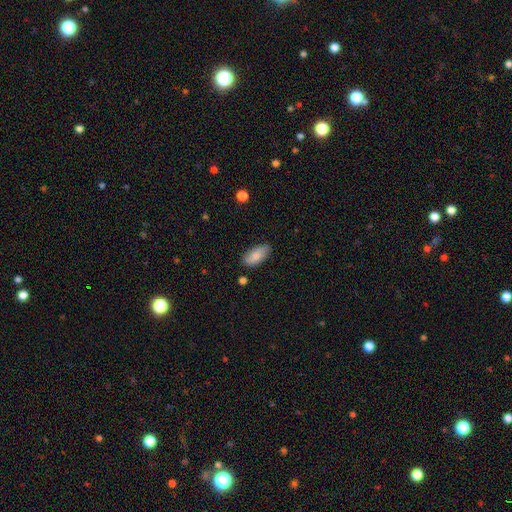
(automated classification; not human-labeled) Smooth or featured? Predicted: smooth (p=0.85). How rounded? Predicted: in between (p=0.90). Merging? Predicted: none (p=0.80).